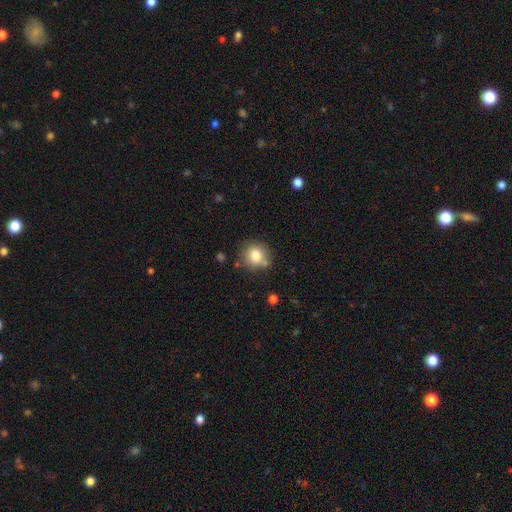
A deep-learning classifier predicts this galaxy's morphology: Smooth or featured? smooth (79%)
How rounded? round (85%)
Merging? none (69%)